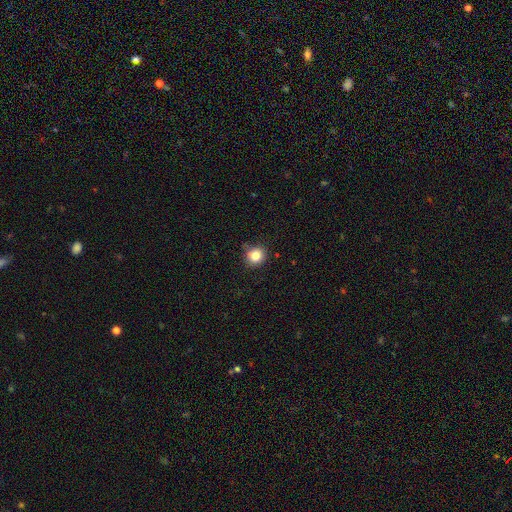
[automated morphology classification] Q: Smooth or featured?
A: smooth (83%); runner-up: star or artifact (11%)
Q: How rounded?
A: round (88%); runner-up: in between (11%)
Q: Merging?
A: none (81%); runner-up: minor disturbance (14%)